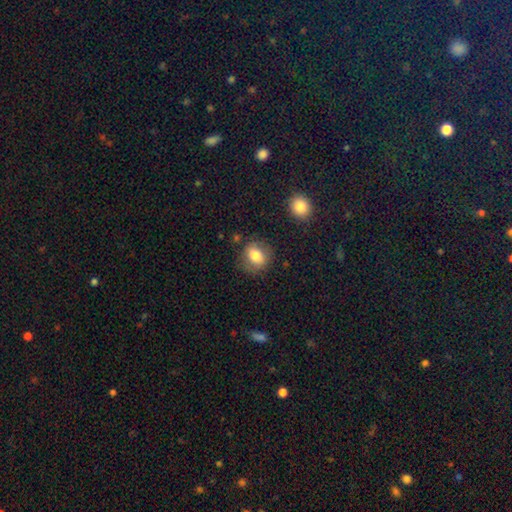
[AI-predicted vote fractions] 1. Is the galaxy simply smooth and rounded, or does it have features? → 79% smooth, 12% featured or disk, 9% star or artifact.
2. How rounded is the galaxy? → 56% round, 43% in between, 1% cigar-shaped.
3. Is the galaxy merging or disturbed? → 77% none, 15% minor disturbance, 5% major disturbance, 3% merger.